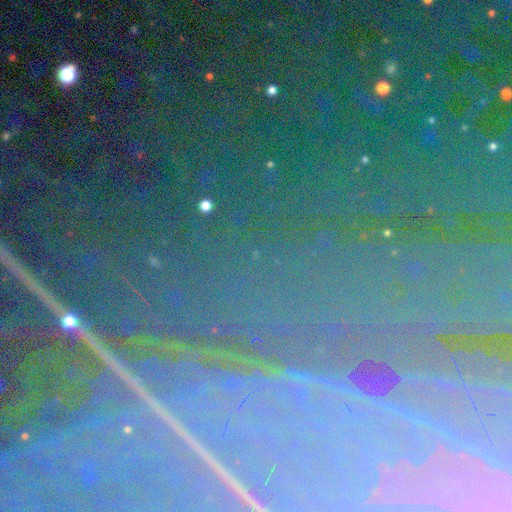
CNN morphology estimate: smooth_or_featured: star or artifact (p=0.80) [alt: smooth p=0.11]